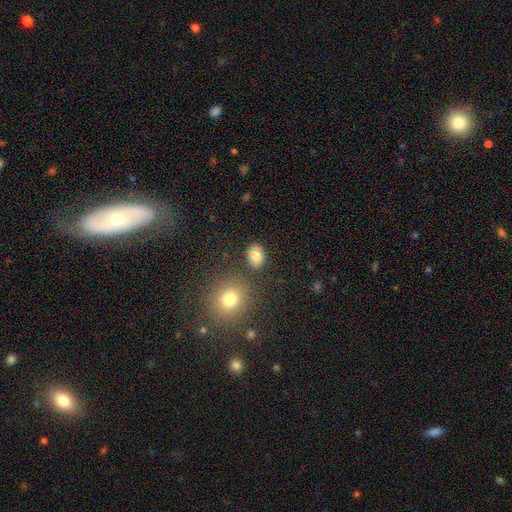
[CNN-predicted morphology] Overall: smooth (82%). How rounded: in between (67%; round 32%). Merging: none (83%).